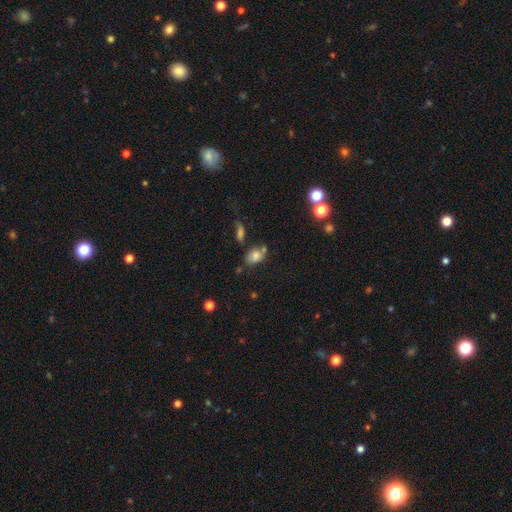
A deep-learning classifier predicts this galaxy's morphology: Smooth or featured? Predicted: smooth (p=0.74). How rounded? Predicted: in between (p=0.79). Merging? Predicted: none (p=0.52).